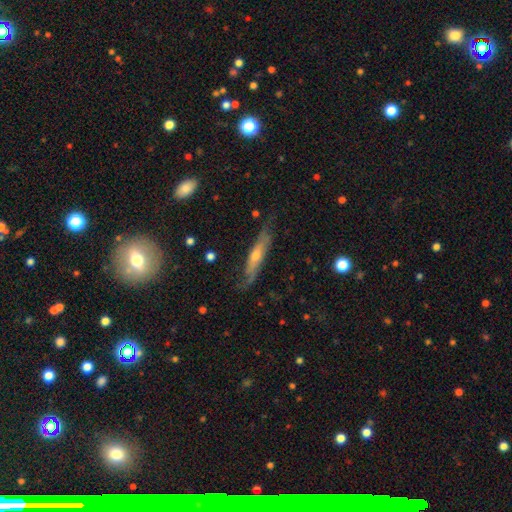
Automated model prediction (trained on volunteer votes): smooth_or_featured: featured or disk (p=0.62) [alt: smooth p=0.31]
disk_edge_on: yes (p=0.70) [alt: no p=0.30]
merging: none (p=0.67) [alt: minor disturbance p=0.24]